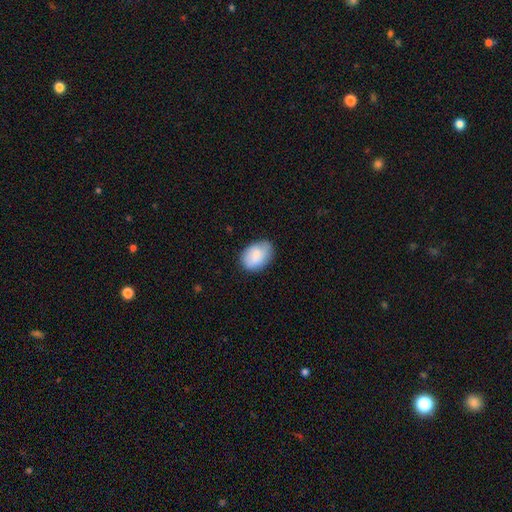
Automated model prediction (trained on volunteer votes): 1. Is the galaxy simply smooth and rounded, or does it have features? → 80% smooth, 13% featured or disk, 6% star or artifact.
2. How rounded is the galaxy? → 82% in between, 17% round, 1% cigar-shaped.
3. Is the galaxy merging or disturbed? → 75% none, 20% minor disturbance, 4% major disturbance, 1% merger.